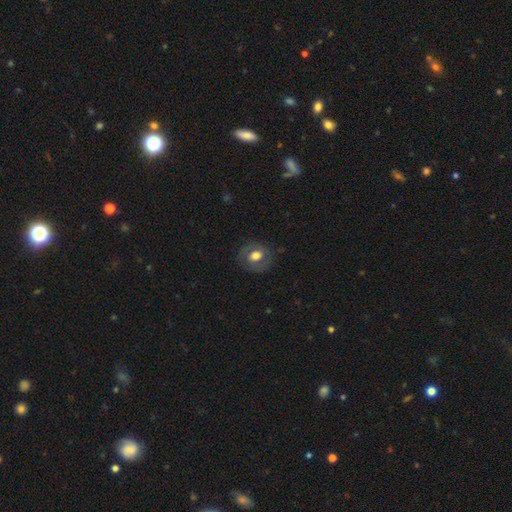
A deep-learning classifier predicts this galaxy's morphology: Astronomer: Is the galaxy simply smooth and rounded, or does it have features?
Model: smooth — 55% (runner-up: featured or disk, 37%).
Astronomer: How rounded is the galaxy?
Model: round — 64%.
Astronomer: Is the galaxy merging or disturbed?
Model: none — 79%.